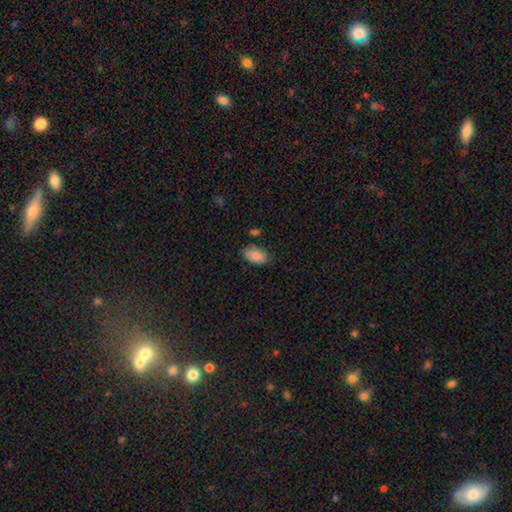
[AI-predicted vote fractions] A smooth galaxy with no disk features (88%) that is in between round and cigar-shaped (93%). Merging: none (75%).